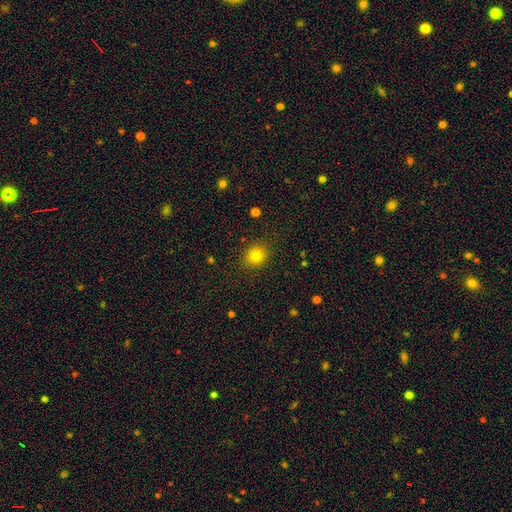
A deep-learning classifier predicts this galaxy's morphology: Smooth or featured? smooth (82%)
How rounded? round (76%)
Merging? none (88%)